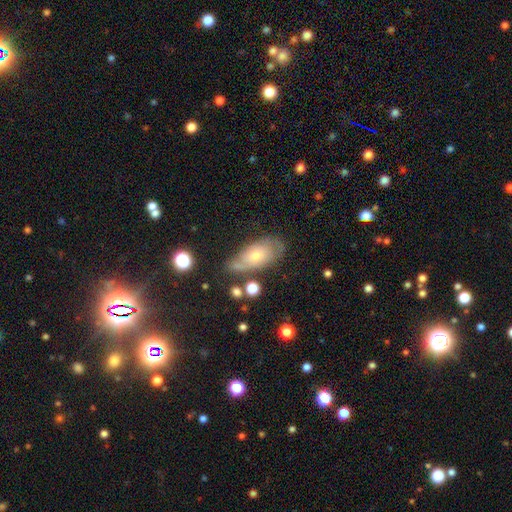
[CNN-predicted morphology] A featured or disk galaxy (52%).

Vote fractions:
- Smooth or featured? featured or disk: 52% / smooth: 38% / star or artifact: 10%
- Edge-on disk? no: 87% / yes: 13%
- Merging? none: 56% / minor disturbance: 27% / major disturbance: 11% / merger: 5%